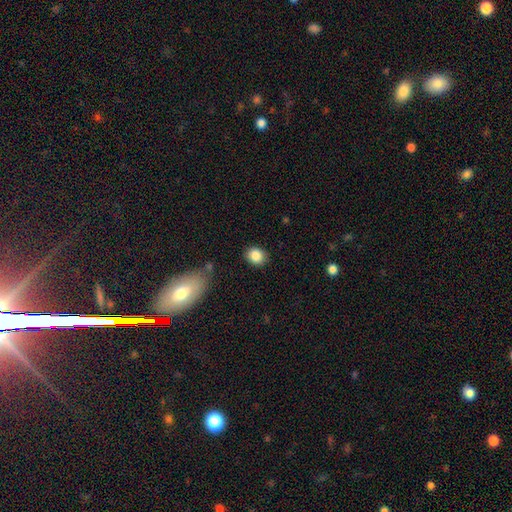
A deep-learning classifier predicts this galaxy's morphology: smooth_or_featured: smooth (p=0.86) [alt: star or artifact p=0.09]
how_rounded: round (p=0.59) [alt: in between p=0.40]
merging: none (p=0.86) [alt: minor disturbance p=0.09]